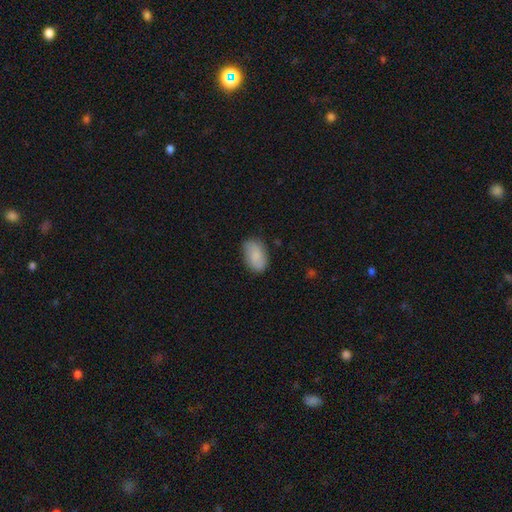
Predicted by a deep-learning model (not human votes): Smooth or featured?
  - smooth: 76% *
  - featured or disk: 17%
  - star or artifact: 7%
How rounded?
  - in between: 92% *
  - round: 7%
  - cigar-shaped: 2%
Merging?
  - none: 81% *
  - minor disturbance: 15%
  - major disturbance: 3%
  - merger: 1%